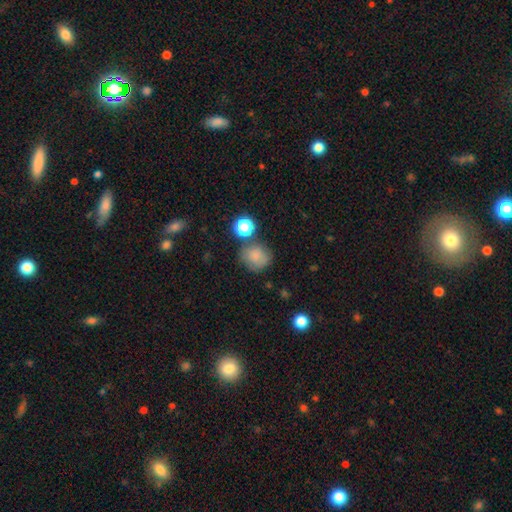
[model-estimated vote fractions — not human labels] Q: Smooth or featured?
A: smooth (80%); runner-up: star or artifact (11%)
Q: How rounded?
A: round (77%); runner-up: in between (22%)
Q: Merging?
A: none (62%); runner-up: minor disturbance (18%)